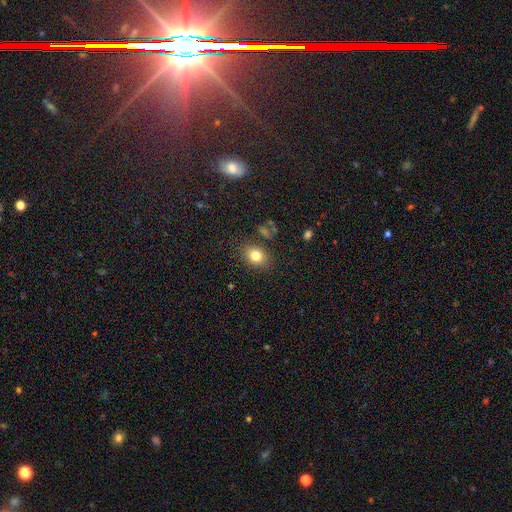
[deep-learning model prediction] Smooth or featured? Predicted: smooth (p=0.80). How rounded? Predicted: in between (p=0.55). Merging? Predicted: none (p=0.82).